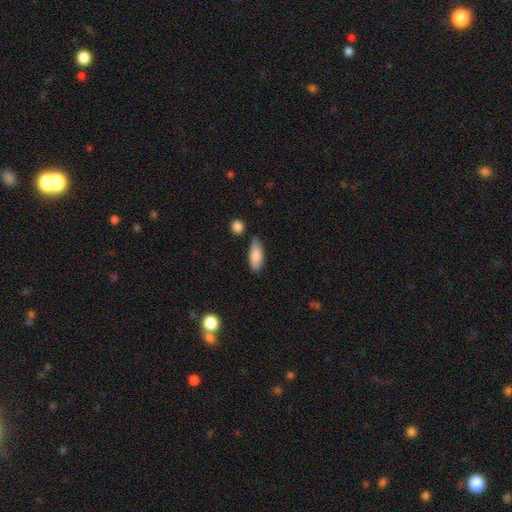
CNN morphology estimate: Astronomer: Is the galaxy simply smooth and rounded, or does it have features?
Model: smooth — 84%.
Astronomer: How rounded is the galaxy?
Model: in between — 75%.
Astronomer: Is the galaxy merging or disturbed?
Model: none — 74%.